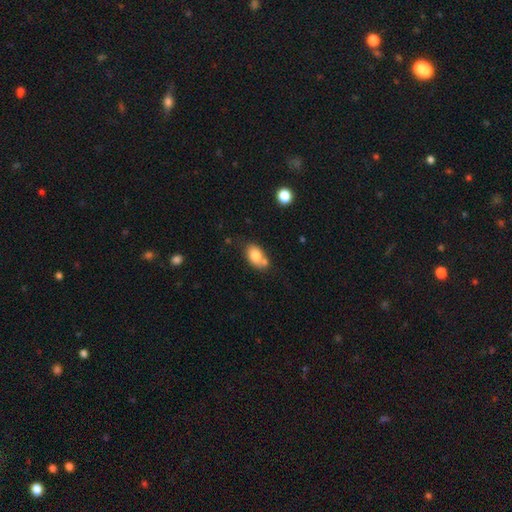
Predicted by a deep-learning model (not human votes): This appears to be a smooth galaxy with no disk features (79%) that is in between round and cigar-shaped (83%). Merging: none (49%).